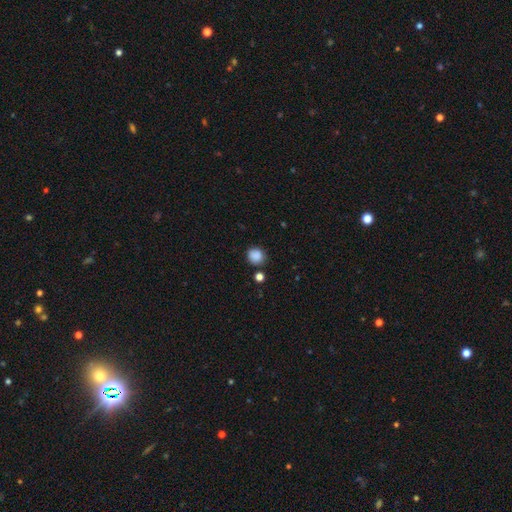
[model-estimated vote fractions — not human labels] smooth 86%, star or artifact 10%, featured or disk 4%. Down the decision tree: how rounded — round (86%); merging — none (79%).